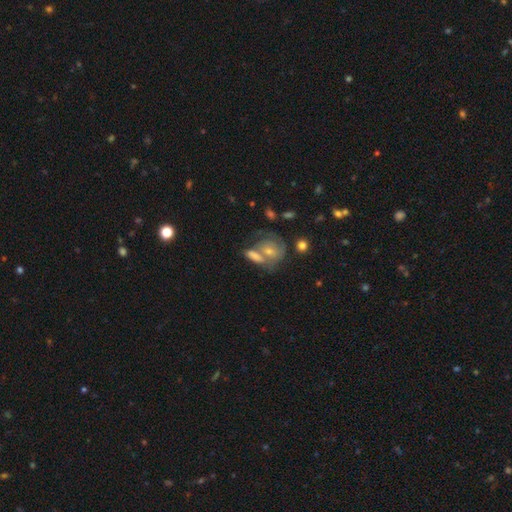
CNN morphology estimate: Overall: smooth (47%; featured or disk 39%). Merging: merger (40%, tied with none).